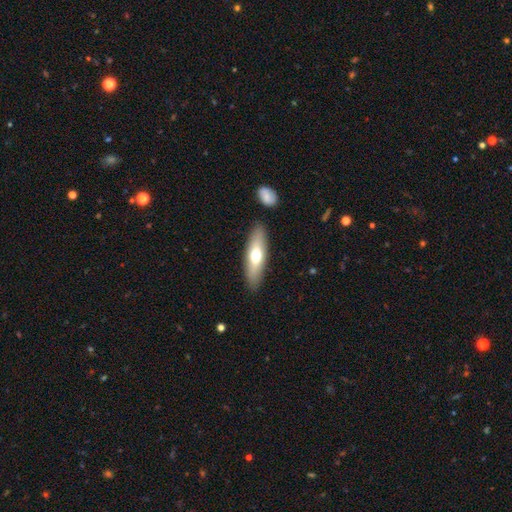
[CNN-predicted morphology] Smooth or featured? Predicted: smooth (p=0.57). How rounded? Predicted: cigar-shaped (p=0.56). Merging? Predicted: none (p=0.87).